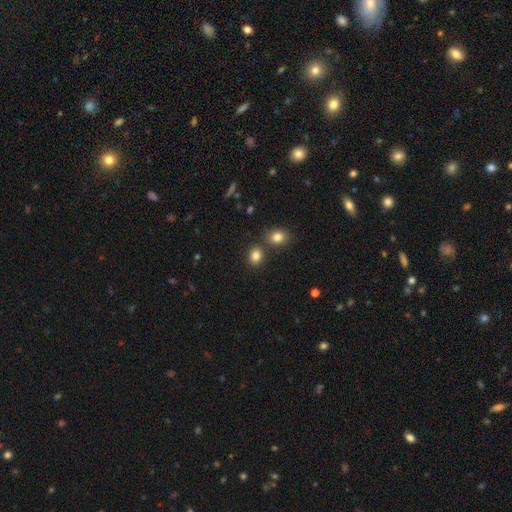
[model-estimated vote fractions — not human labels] This appears to be a smooth galaxy with no disk features (83%) that is round (58%). Merging: none (75%).